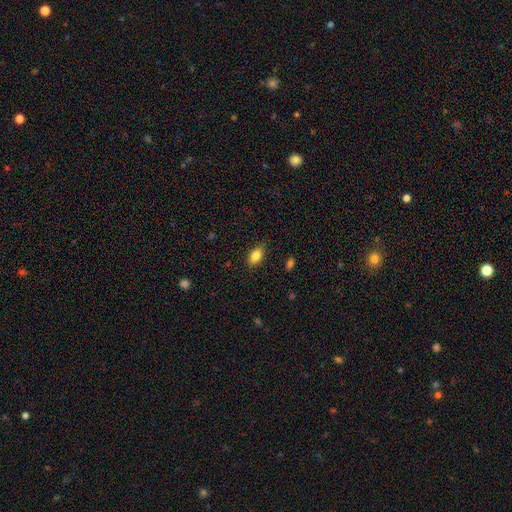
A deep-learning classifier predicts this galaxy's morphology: Smooth or featured: smooth — 85% (star or artifact — 8%)
How rounded: in between — 87% (round — 8%)
Merging: none — 79% (minor disturbance — 16%)